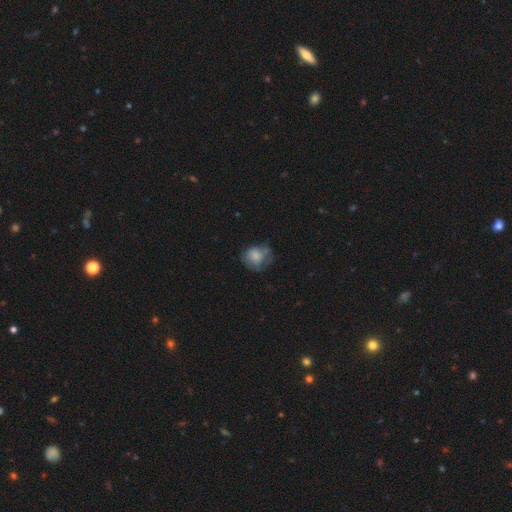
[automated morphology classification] Smooth or featured? smooth (68%)
How rounded? round (68%)
Merging? none (49%)